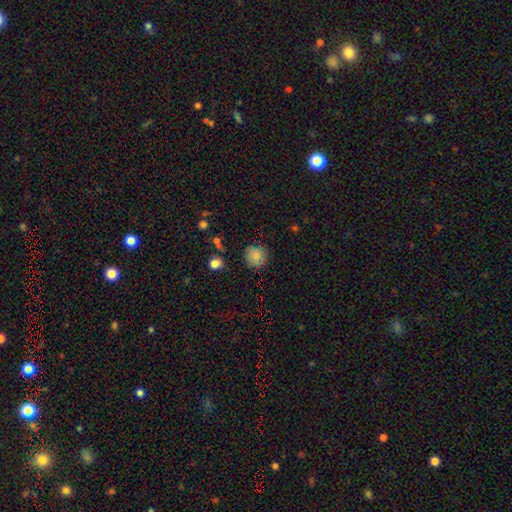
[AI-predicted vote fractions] A smooth galaxy with no disk features (76%) that is round (89%). Merging: none (81%).